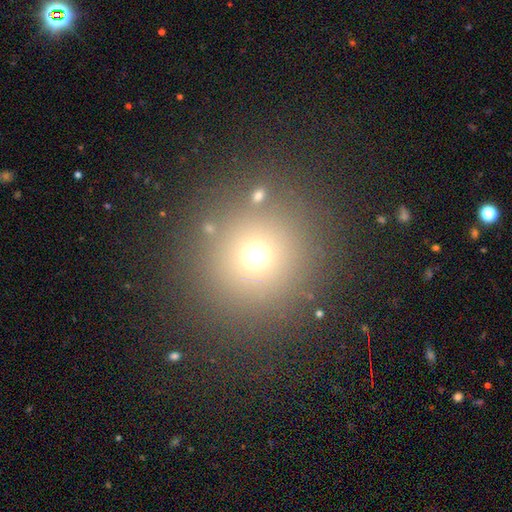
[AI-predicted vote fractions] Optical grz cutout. It shows a smooth galaxy with no disk features (67%) that is round (94%). Merging: none (86%).